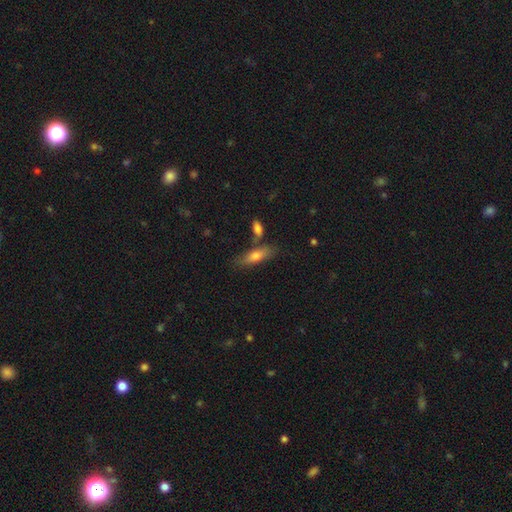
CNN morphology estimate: Smooth or featured?
  - smooth: 68% *
  - featured or disk: 25%
  - star or artifact: 7%
How rounded?
  - in between: 52% *
  - cigar-shaped: 45%
  - round: 3%
Merging?
  - none: 68% *
  - minor disturbance: 15%
  - merger: 13%
  - major disturbance: 4%